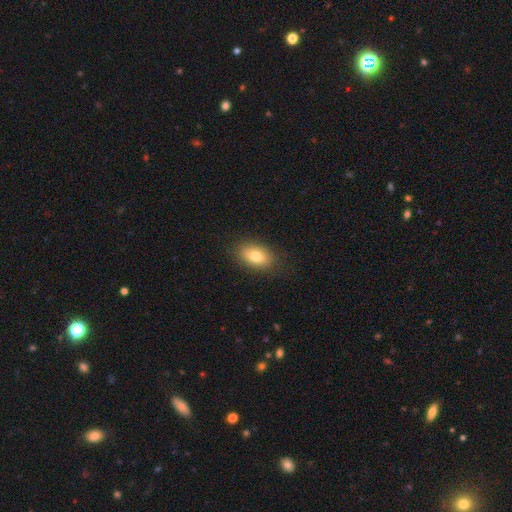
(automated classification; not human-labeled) Smooth or featured?
  - smooth: 78% *
  - featured or disk: 13%
  - star or artifact: 9%
How rounded?
  - in between: 87% *
  - round: 11%
  - cigar-shaped: 2%
Merging?
  - none: 86% *
  - minor disturbance: 10%
  - major disturbance: 3%
  - merger: 1%